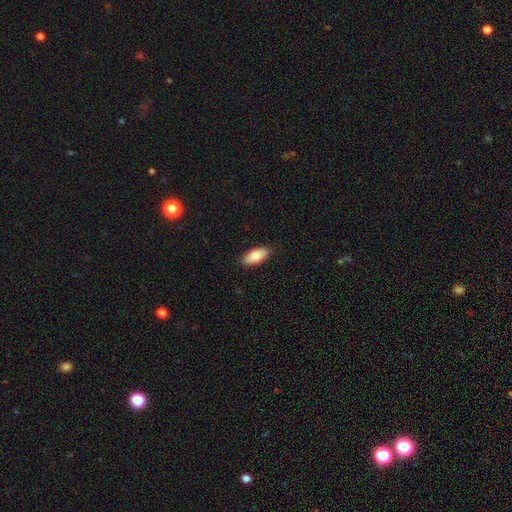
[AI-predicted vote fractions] This is clearly a smooth galaxy (85%). How rounded: clearly in between (89%). Merging: clearly none (87%).